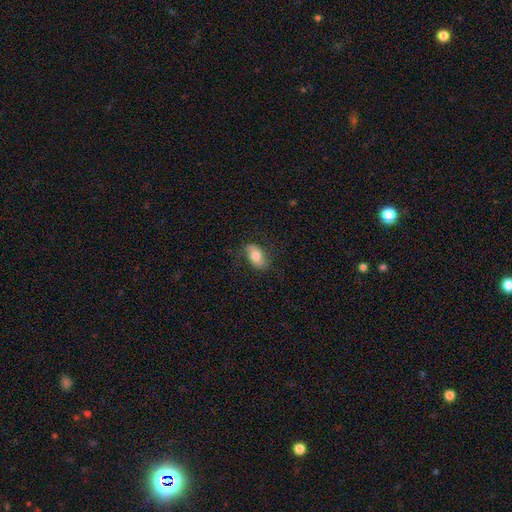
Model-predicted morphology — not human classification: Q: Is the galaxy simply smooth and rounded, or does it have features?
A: smooth — 67%.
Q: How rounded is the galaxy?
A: in between — 89%.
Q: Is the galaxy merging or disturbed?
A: none — 75%.